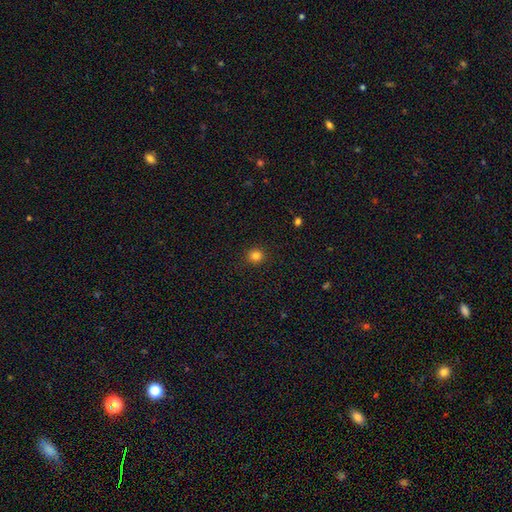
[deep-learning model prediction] smooth_or_featured: smooth (p=0.83) [alt: star or artifact p=0.13]
how_rounded: round (p=0.90) [alt: in between p=0.09]
merging: none (p=0.91) [alt: minor disturbance p=0.06]